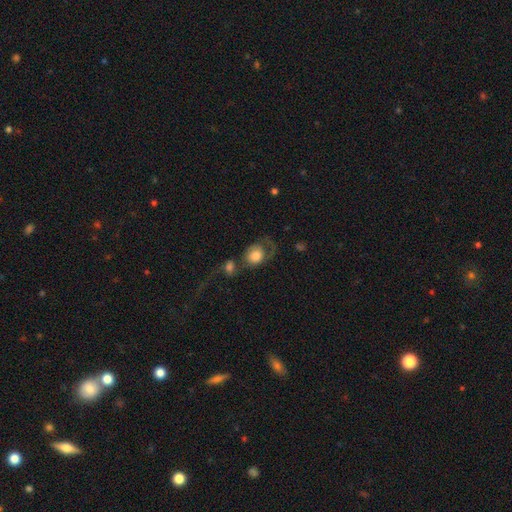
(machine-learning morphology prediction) type=smooth (67%); roundness=round (54%); merging=merger (36%).